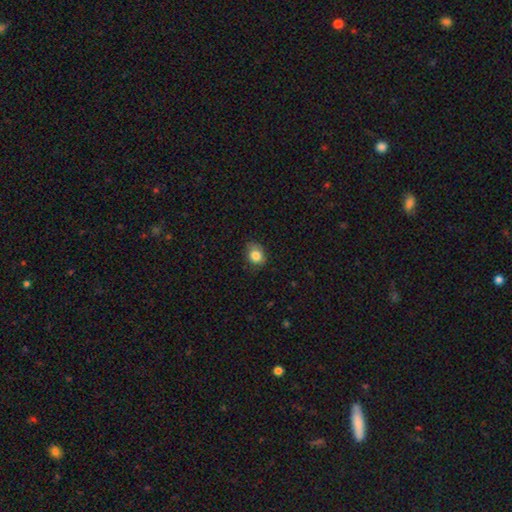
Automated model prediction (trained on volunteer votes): The model was most divided on "how rounded": round: 54%, in between: 45%, cigar-shaped: 1%. More confident: smooth or featured — smooth (83%); merging — none (74%).